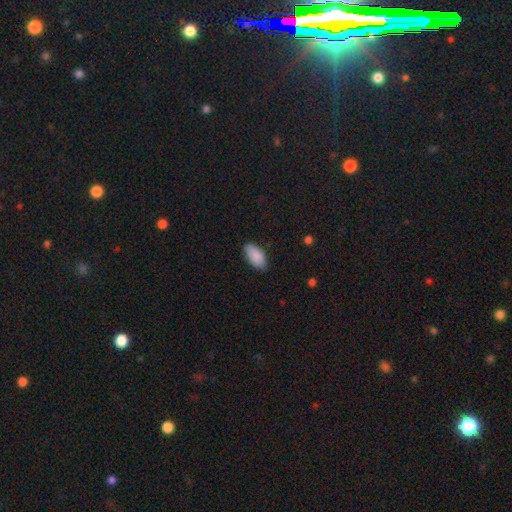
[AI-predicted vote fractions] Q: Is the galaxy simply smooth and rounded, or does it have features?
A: smooth — 89%.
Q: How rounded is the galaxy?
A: in between — 93%.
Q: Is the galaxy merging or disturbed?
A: none — 83%.